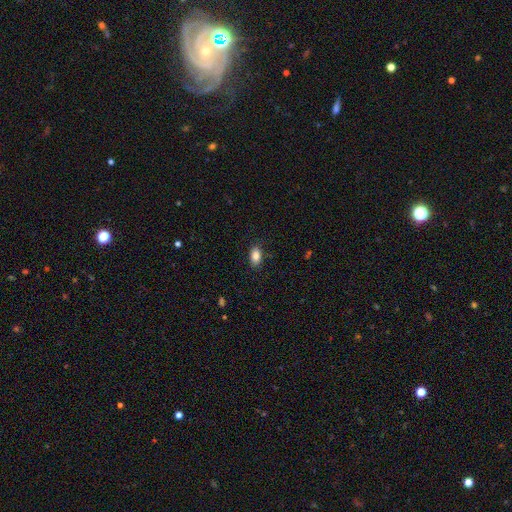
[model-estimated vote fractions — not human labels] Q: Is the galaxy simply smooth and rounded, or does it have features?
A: smooth — 85%.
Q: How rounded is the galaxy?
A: in between — 89%.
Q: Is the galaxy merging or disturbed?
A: none — 86%.